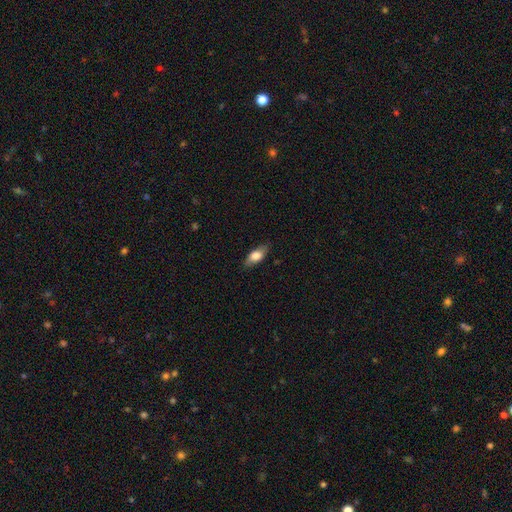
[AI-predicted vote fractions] The model was most divided on "smooth or featured": smooth: 73%, featured or disk: 20%, star or artifact: 6%. More confident: merging — none (82%); how rounded — in between (79%).